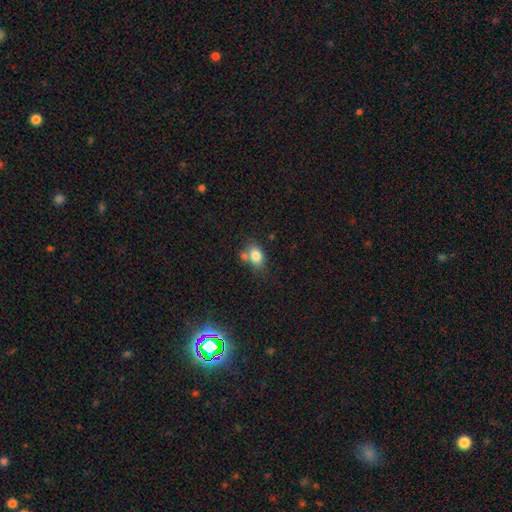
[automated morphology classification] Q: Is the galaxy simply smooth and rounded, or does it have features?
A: smooth — 81%.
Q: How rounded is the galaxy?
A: in between — 72%.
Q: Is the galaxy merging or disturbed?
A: none — 54%.